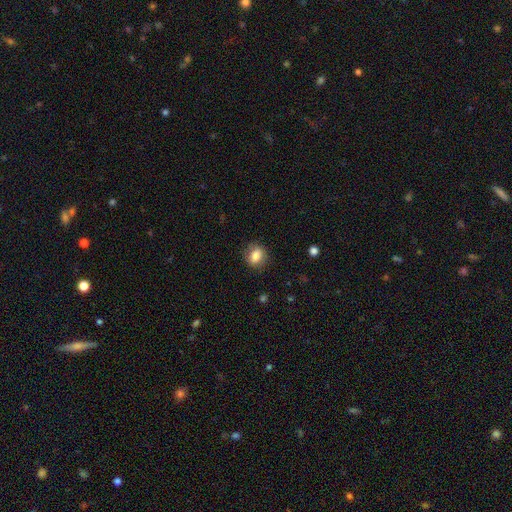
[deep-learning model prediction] The model was most divided on "how rounded": in between: 53%, round: 46%, cigar-shaped: 1%. More confident: smooth or featured — smooth (83%); merging — none (81%).